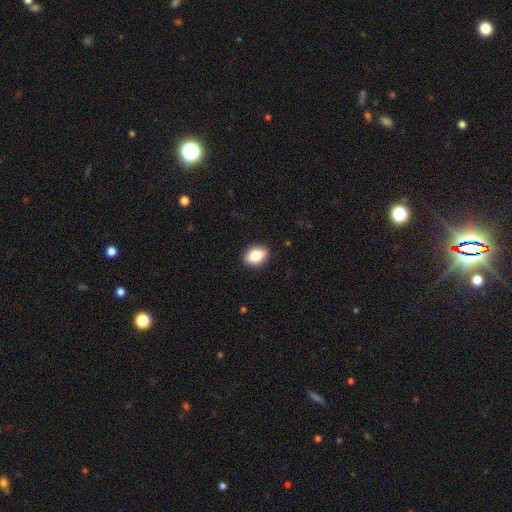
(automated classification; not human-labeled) Q: Smooth or featured?
A: smooth (84%); runner-up: star or artifact (8%)
Q: How rounded?
A: in between (71%); runner-up: round (28%)
Q: Merging?
A: none (90%); runner-up: minor disturbance (7%)